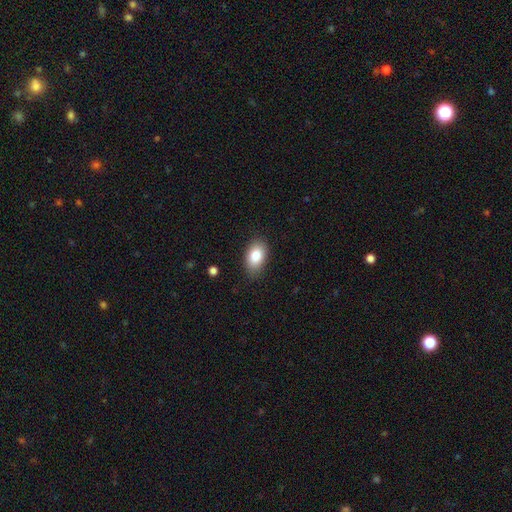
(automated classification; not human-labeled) Q: Smooth or featured?
A: smooth (84%); runner-up: featured or disk (9%)
Q: How rounded?
A: in between (90%); runner-up: round (8%)
Q: Merging?
A: none (83%); runner-up: minor disturbance (13%)